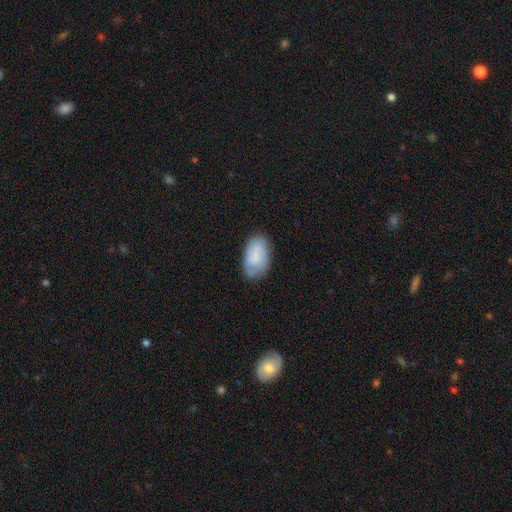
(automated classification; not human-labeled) smooth_or_featured: smooth (p=0.59) [alt: featured or disk p=0.34]
how_rounded: in between (p=0.92) [alt: round p=0.06]
merging: none (p=0.71) [alt: minor disturbance p=0.22]